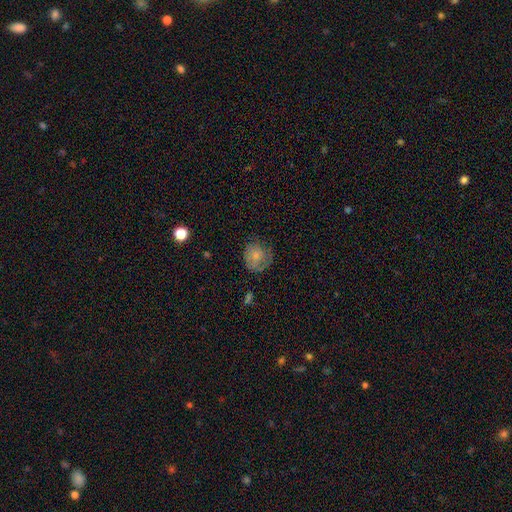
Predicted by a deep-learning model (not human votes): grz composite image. It shows a smooth galaxy with no disk features (61%) that is round (77%). Merging: none (57%).